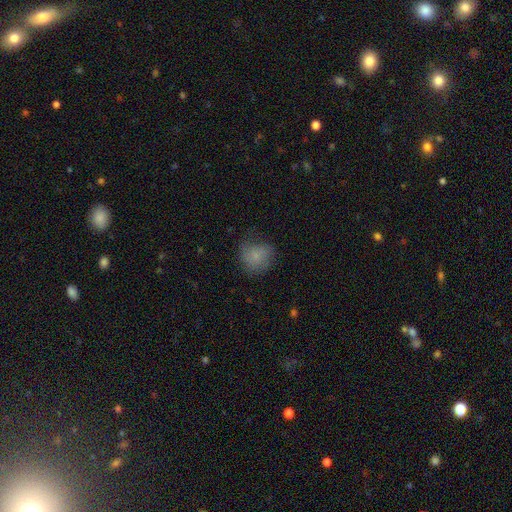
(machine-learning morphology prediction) type=smooth (74%); roundness=round (80%); merging=none (58%).